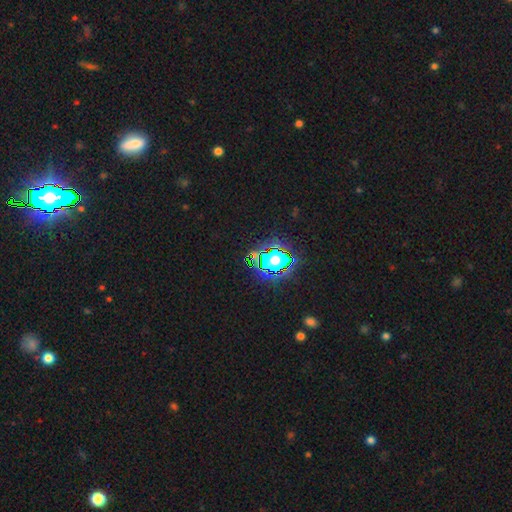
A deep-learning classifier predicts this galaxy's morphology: star or artifact 76%, smooth 15%, featured or disk 9%.